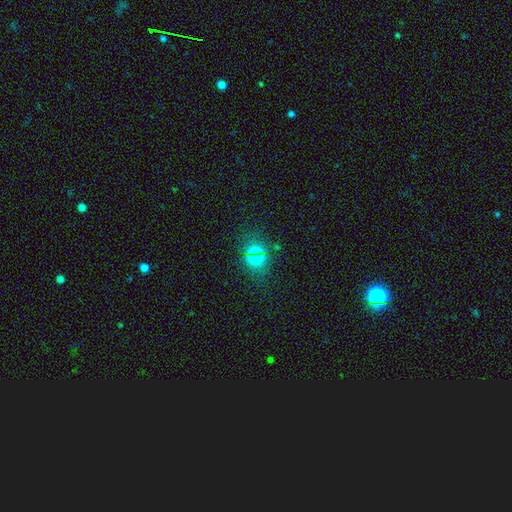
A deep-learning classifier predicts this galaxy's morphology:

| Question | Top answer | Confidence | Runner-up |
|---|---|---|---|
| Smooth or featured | smooth | 64% | star or artifact (28%) |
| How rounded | round | 70% | in between (28%) |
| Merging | none | 84% | minor disturbance (10%) |